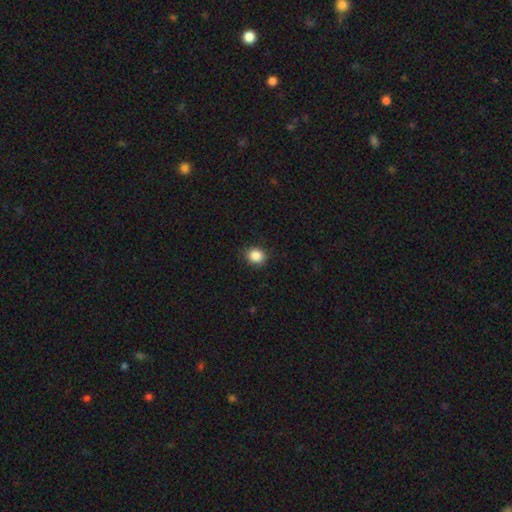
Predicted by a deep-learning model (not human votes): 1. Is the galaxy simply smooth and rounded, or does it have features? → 86% smooth, 10% star or artifact, 4% featured or disk.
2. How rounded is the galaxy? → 68% round, 31% in between, 1% cigar-shaped.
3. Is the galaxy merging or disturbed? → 87% none, 10% minor disturbance, 2% major disturbance, 1% merger.